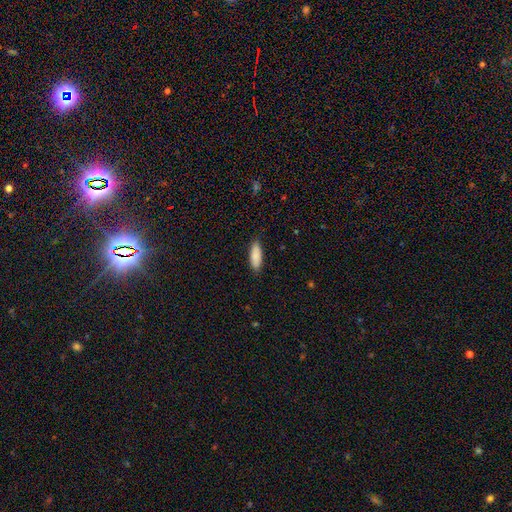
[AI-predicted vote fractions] Smooth or featured?
  - smooth: 89% *
  - star or artifact: 6%
  - featured or disk: 5%
How rounded?
  - in between: 64% *
  - cigar-shaped: 35%
  - round: 2%
Merging?
  - none: 86% *
  - minor disturbance: 11%
  - major disturbance: 2%
  - merger: 1%